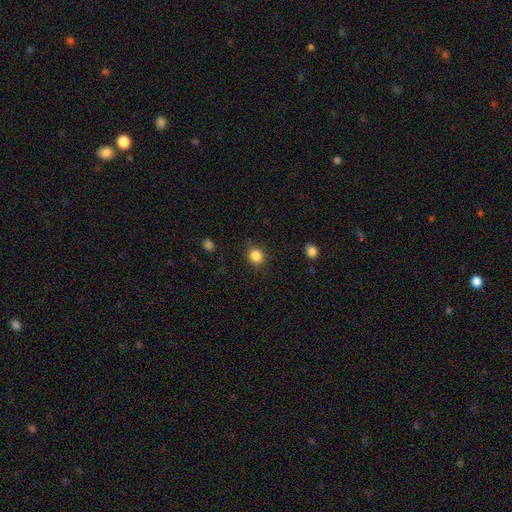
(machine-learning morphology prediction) Smooth or featured? smooth (85%)
How rounded? round (81%)
Merging? none (80%)